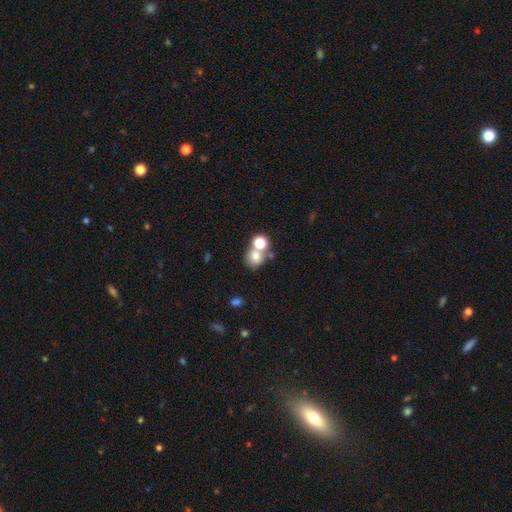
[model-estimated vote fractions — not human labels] Smooth or featured: smooth — 73% (star or artifact — 14%)
How rounded: round — 74% (in between — 25%)
Merging: merger — 45% (none — 43%)